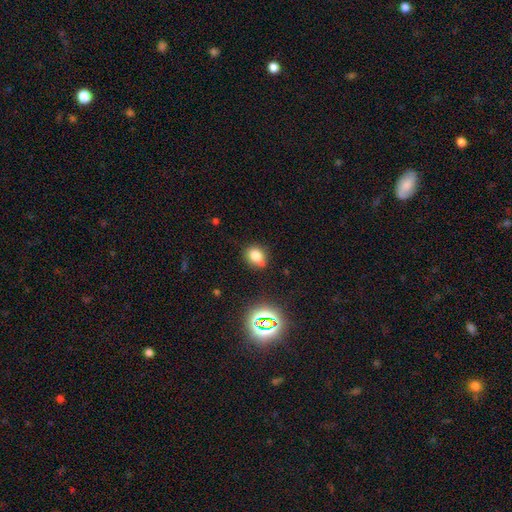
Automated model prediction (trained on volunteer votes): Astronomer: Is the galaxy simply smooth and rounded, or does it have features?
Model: smooth — 75%.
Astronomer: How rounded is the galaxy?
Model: round — 59% (runner-up: in between, 40%).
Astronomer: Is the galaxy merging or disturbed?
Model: none — 64%.